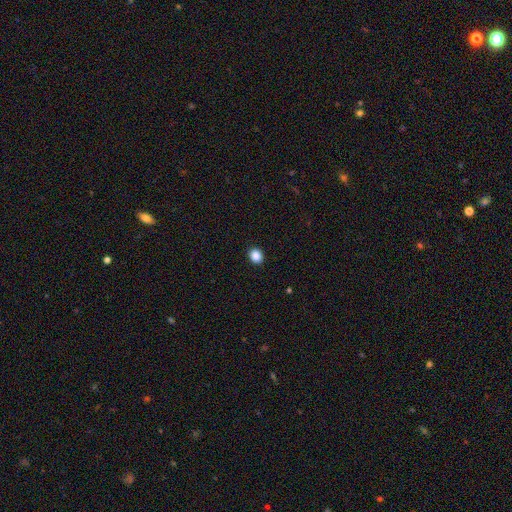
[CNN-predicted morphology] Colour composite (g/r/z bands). It shows a smooth galaxy with no disk features (88%) that is round (68%). Merging: none (92%).